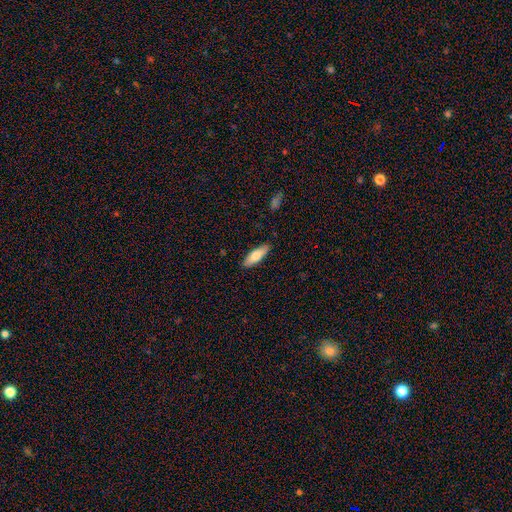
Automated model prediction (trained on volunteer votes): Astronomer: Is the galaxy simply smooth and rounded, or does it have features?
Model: smooth — 74%.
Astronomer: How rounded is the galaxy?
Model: in between — 58% (runner-up: cigar-shaped, 40%).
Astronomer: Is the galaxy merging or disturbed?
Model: none — 88%.